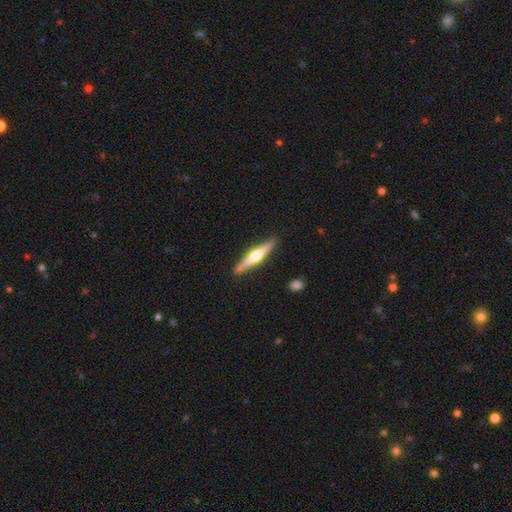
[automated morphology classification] Smooth or featured? Predicted: featured or disk (p=0.66). Edge-on disk? Predicted: yes (p=0.97). Edge-on bulge? Predicted: rounded (p=0.90). Merging? Predicted: none (p=0.88).